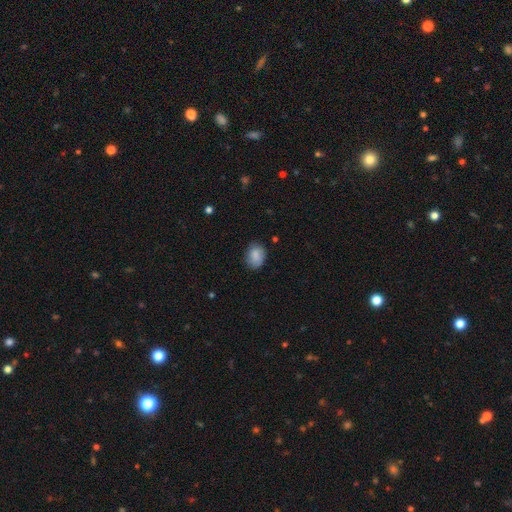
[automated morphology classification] smooth 86%, star or artifact 8%, featured or disk 7%. Down the decision tree: how rounded — in between (62%); merging — none (74%).